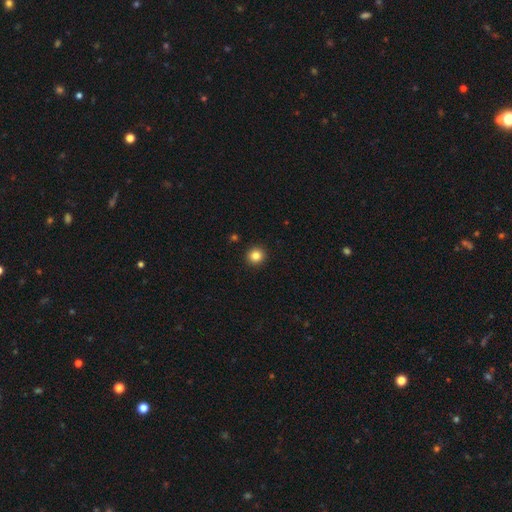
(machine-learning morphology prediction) smooth 85%, star or artifact 11%, featured or disk 5%. Down the decision tree: how rounded — round (94%); merging — none (93%).